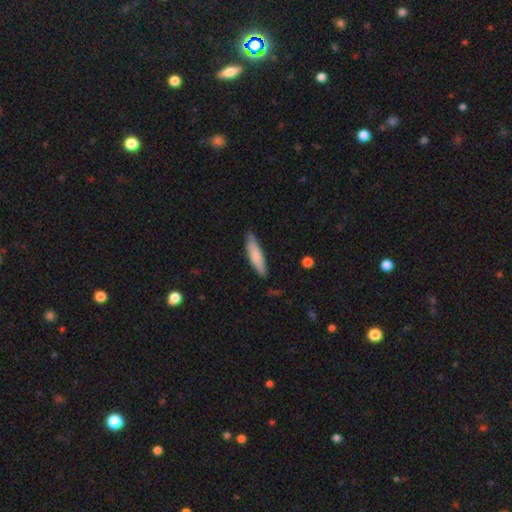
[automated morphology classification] Smooth or featured: smooth — 74% (featured or disk — 20%)
How rounded: cigar-shaped — 72% (in between — 27%)
Merging: none — 76% (minor disturbance — 20%)